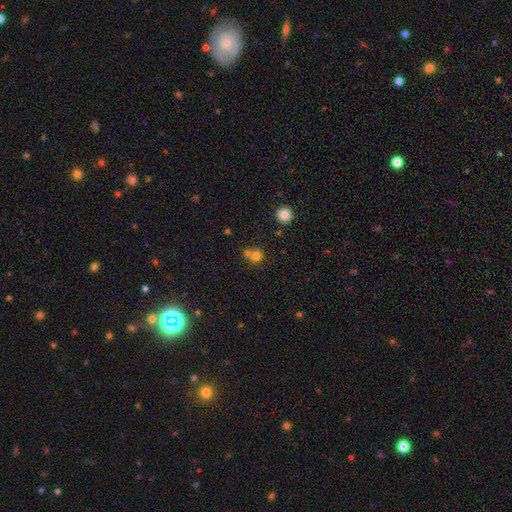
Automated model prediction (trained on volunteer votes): Smooth or featured: smooth — 75% (star or artifact — 16%)
How rounded: round — 89% (in between — 11%)
Merging: none — 57% (merger — 31%)